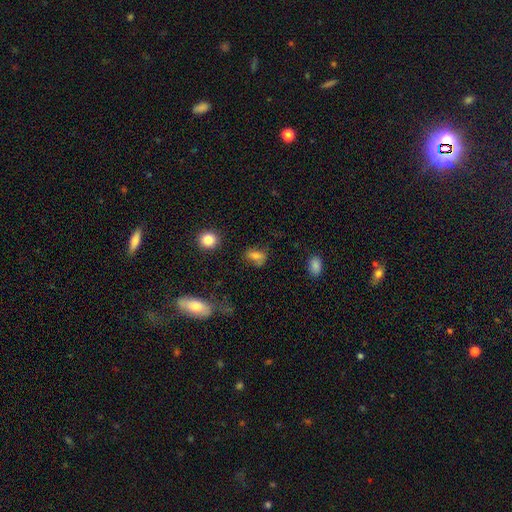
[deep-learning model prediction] A smooth galaxy with no disk features (71%) that is in between round and cigar-shaped (67%). Merging: none (60%).